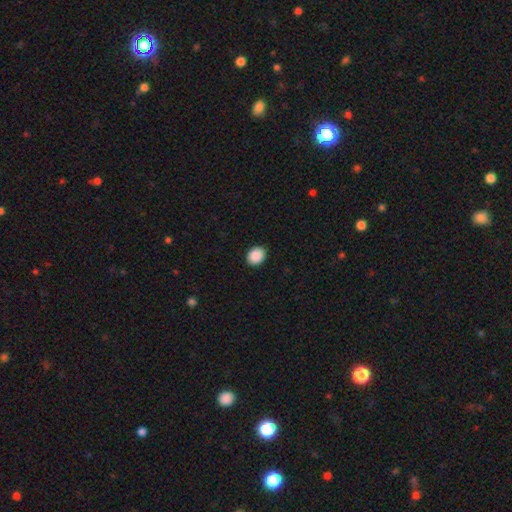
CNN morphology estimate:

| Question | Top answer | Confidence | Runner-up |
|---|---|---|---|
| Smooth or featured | smooth | 90% | star or artifact (8%) |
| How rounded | round | 52% | in between (48%) |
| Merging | none | 91% | minor disturbance (6%) |